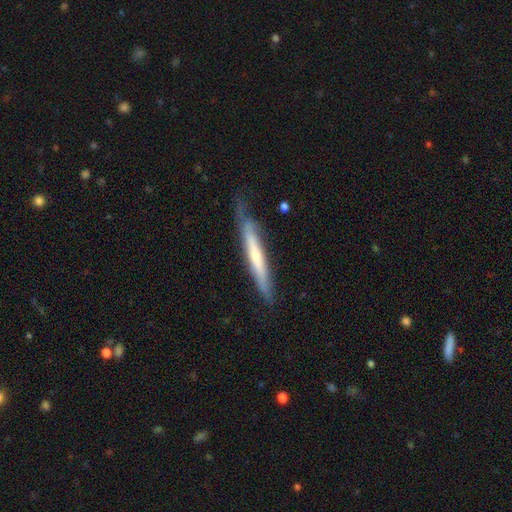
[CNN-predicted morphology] smooth-or-featured: featured or disk: 53% | smooth: 41% | star or artifact: 6%
  disk-edge-on: yes: 86% | no: 14%
  merging: none: 68% | minor disturbance: 24% | major disturbance: 6% | merger: 2%